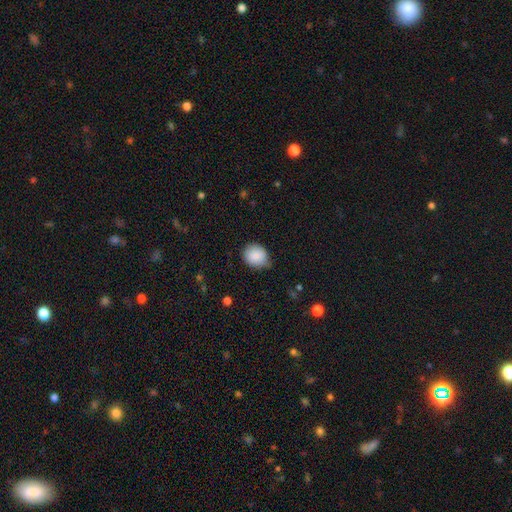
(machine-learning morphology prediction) Smooth or featured?
  - smooth: 88% *
  - star or artifact: 7%
  - featured or disk: 5%
How rounded?
  - round: 63% *
  - in between: 36%
  - cigar-shaped: 1%
Merging?
  - none: 66% *
  - minor disturbance: 28%
  - major disturbance: 5%
  - merger: 1%